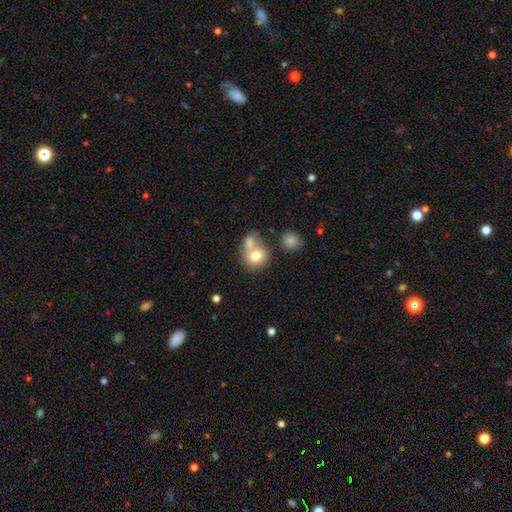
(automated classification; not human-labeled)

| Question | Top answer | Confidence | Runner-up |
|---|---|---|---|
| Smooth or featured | smooth | 75% | featured or disk (16%) |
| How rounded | round | 74% | in between (25%) |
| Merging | merger | 53% | none (34%) |